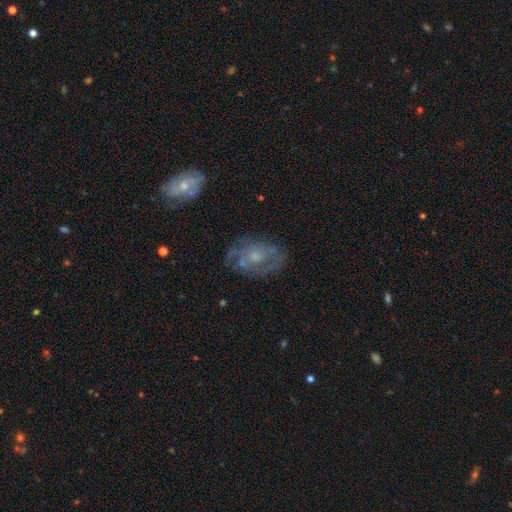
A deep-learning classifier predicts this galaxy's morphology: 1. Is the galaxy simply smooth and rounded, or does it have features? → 67% featured or disk, 24% smooth, 9% star or artifact.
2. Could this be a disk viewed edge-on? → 95% no, 5% yes.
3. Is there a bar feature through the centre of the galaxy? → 77% no, 20% weak, 3% strong.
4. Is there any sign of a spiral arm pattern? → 65% yes, 35% no.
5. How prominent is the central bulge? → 46% small, 40% moderate, 9% none, 4% large, 1% dominant.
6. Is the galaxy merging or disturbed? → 67% none, 20% minor disturbance, 11% major disturbance, 3% merger.